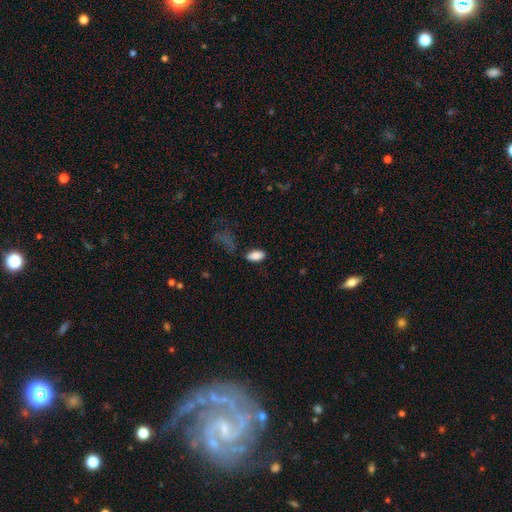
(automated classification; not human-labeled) Q: Smooth or featured?
A: smooth (86%); runner-up: star or artifact (8%)
Q: How rounded?
A: in between (91%); runner-up: cigar-shaped (6%)
Q: Merging?
A: none (75%); runner-up: minor disturbance (15%)